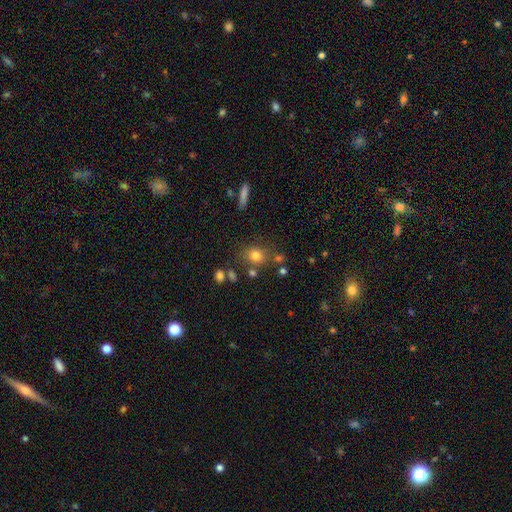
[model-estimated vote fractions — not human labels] This is likely a smooth galaxy (77%). How rounded: likely round (65%). Merging: likely none (74%).